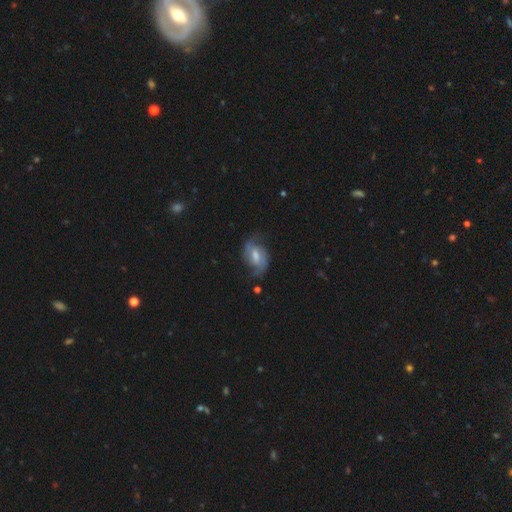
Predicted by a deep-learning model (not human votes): Smooth or featured? Predicted: featured or disk (p=0.69). Edge-on disk? Predicted: no (p=0.96). Bar? Predicted: weak (p=0.54). Spiral arms? Predicted: yes (p=0.90). Spiral winding? Predicted: medium (p=0.43). Spiral arm count? Predicted: 2 (p=0.85). Bulge size? Predicted: moderate (p=0.53). Merging? Predicted: none (p=0.62).